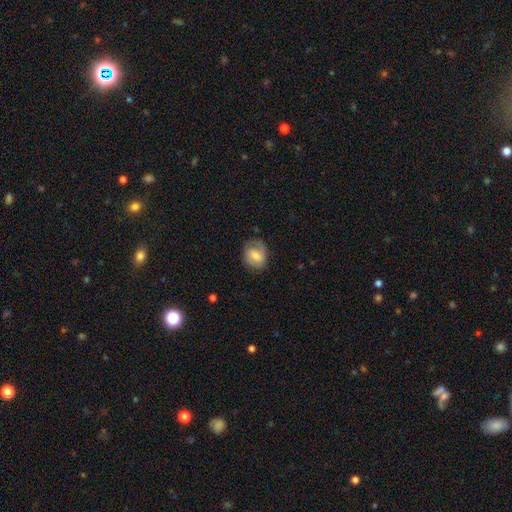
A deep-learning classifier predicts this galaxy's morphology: Smooth or featured? smooth (49%)
Merging? none (68%)